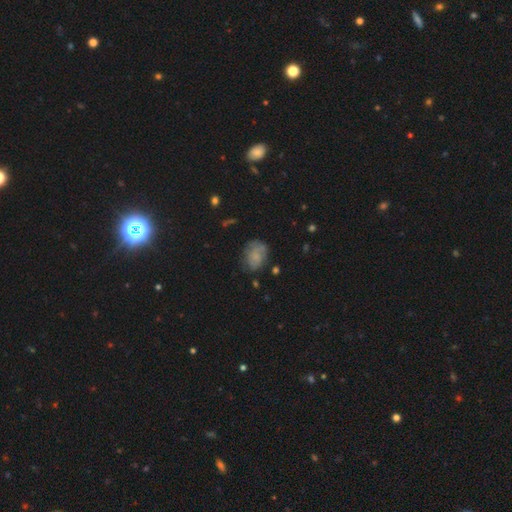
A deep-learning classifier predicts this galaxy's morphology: smooth 62%, featured or disk 27%, star or artifact 11%. Down the decision tree: how rounded — in between (62%); merging — none (55%).